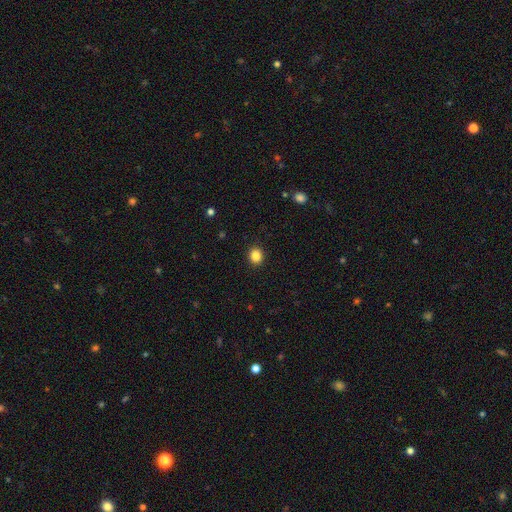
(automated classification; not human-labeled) A smooth galaxy with no disk features (85%) that is round (78%). Merging: none (92%).